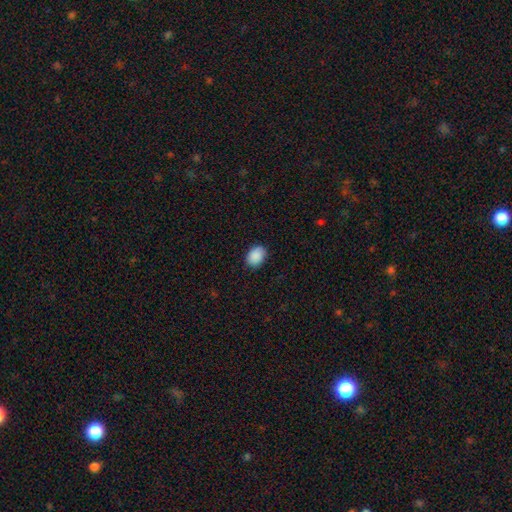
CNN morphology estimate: smooth-or-featured: smooth: 90% | star or artifact: 7% | featured or disk: 3%
  how-rounded: in between: 74% | round: 25% | cigar-shaped: 1%
  merging: none: 88% | minor disturbance: 9% | major disturbance: 2% | merger: 1%